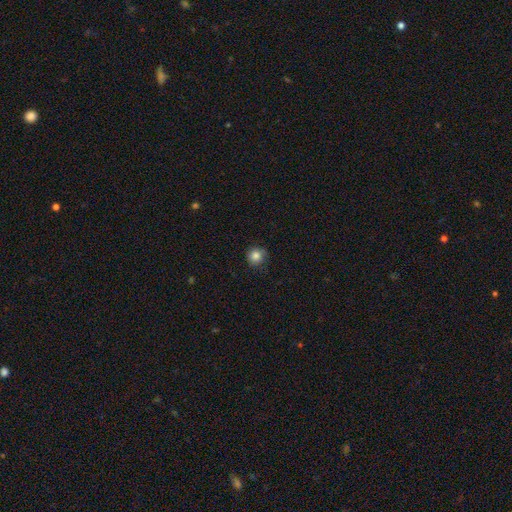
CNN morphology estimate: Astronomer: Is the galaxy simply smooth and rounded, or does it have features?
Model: smooth — 83%.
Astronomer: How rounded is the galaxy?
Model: round — 93%.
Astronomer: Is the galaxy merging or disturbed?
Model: none — 81%.